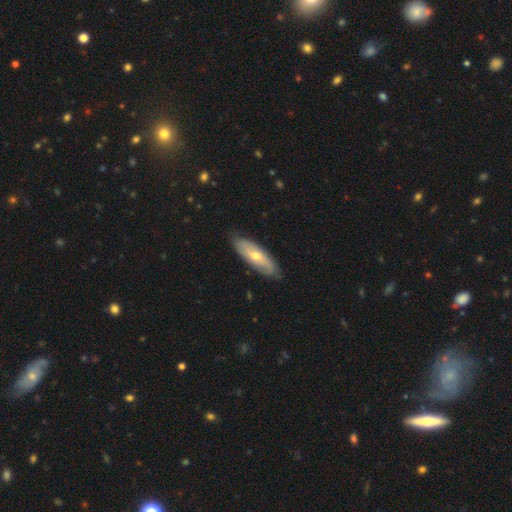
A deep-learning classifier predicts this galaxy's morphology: Overall: smooth (48%; featured or disk 46%). Merging: none (82%).